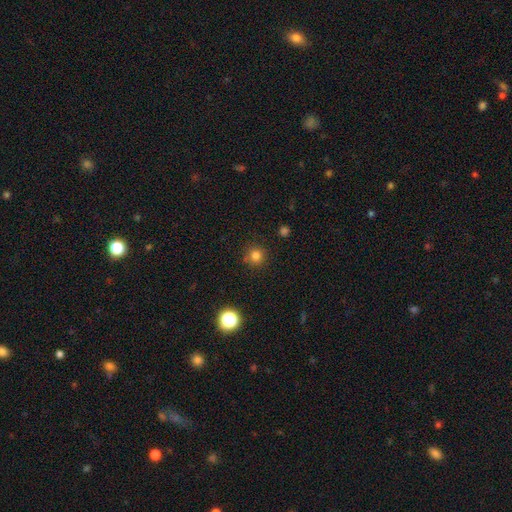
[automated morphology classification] Smooth or featured: smooth — 80% (star or artifact — 15%)
How rounded: round — 94% (in between — 5%)
Merging: none — 87% (minor disturbance — 8%)